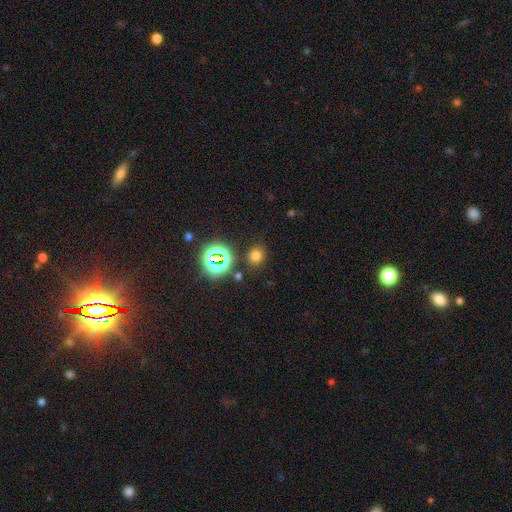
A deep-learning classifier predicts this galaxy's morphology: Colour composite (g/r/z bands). It shows a smooth galaxy with no disk features (68%) that is round (73%). Merging: none (82%).